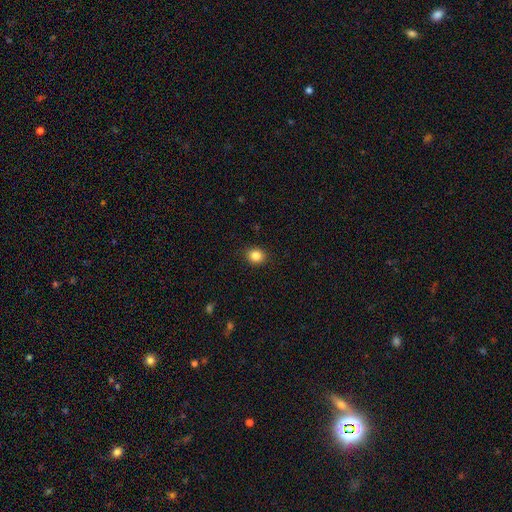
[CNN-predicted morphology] The model was most divided on "how rounded": round: 72%, in between: 27%, cigar-shaped: 1%. More confident: merging — none (90%); smooth or featured — smooth (84%).